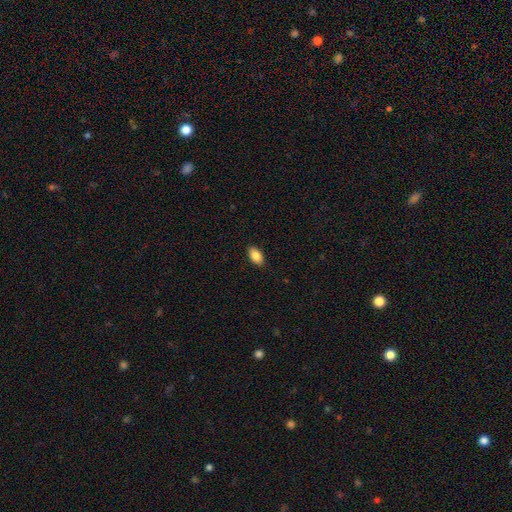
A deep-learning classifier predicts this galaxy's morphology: Smooth or featured? Predicted: smooth (p=0.86). How rounded? Predicted: in between (p=0.93). Merging? Predicted: none (p=0.89).